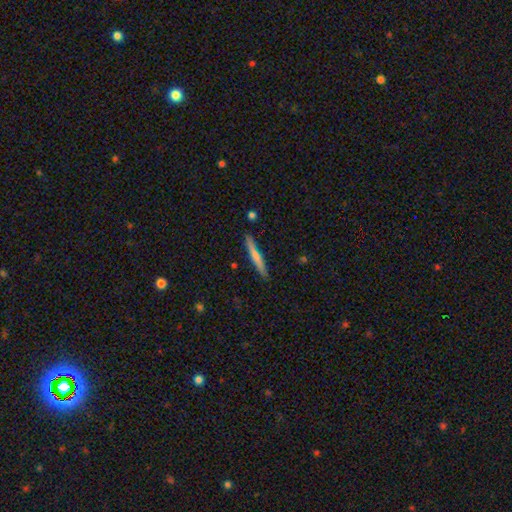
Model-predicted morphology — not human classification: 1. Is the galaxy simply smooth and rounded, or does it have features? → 59% smooth, 35% featured or disk, 6% star or artifact.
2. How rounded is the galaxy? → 95% cigar-shaped, 3% in between, 1% round.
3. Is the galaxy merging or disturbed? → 87% none, 9% minor disturbance, 2% merger, 2% major disturbance.